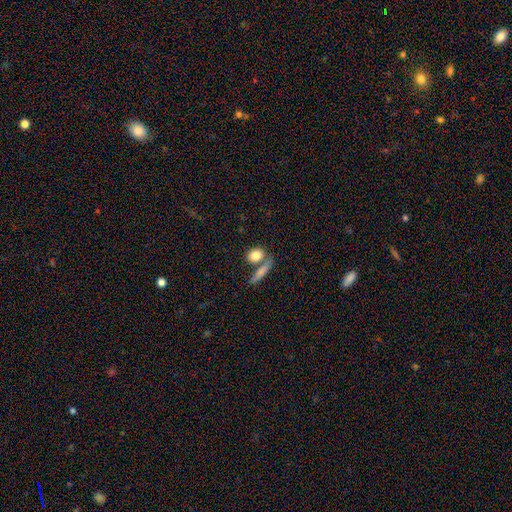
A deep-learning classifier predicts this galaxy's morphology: type=smooth (83%); roundness=in between (48%); merging=none (59%).